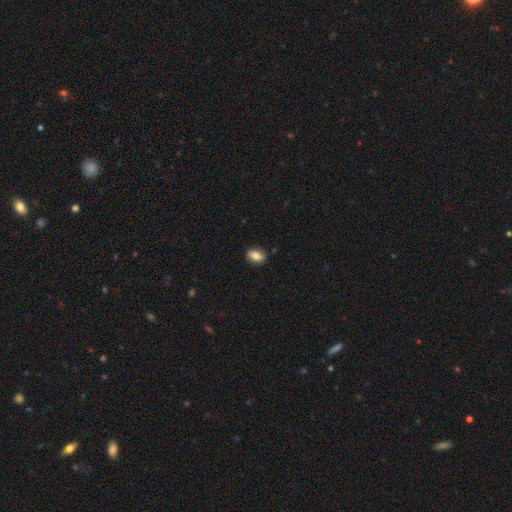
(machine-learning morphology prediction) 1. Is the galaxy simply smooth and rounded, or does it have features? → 79% smooth, 13% featured or disk, 8% star or artifact.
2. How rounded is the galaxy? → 81% in between, 16% round, 3% cigar-shaped.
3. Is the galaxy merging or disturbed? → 85% none, 12% minor disturbance, 2% major disturbance, 1% merger.